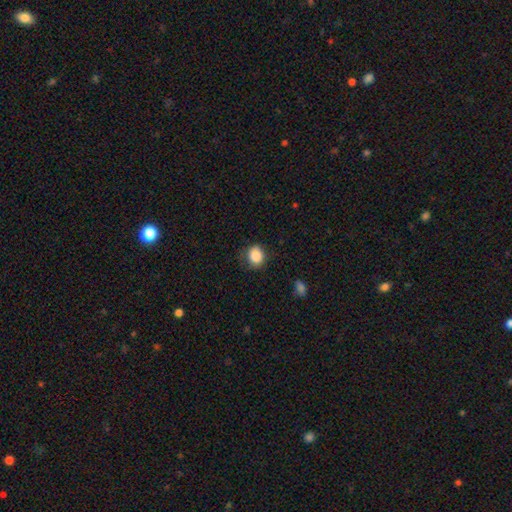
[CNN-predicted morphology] smooth 86%, star or artifact 9%, featured or disk 5%. Down the decision tree: how rounded — round (69%); merging — none (71%).